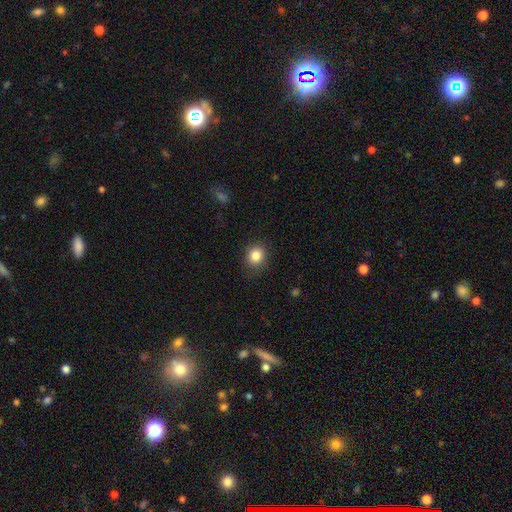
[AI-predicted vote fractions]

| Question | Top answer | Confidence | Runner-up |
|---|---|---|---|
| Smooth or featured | smooth | 84% | star or artifact (11%) |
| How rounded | round | 77% | in between (22%) |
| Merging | none | 85% | minor disturbance (11%) |